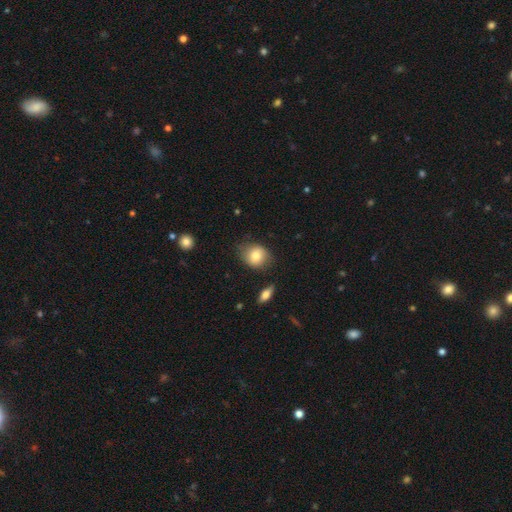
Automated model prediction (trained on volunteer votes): A smooth galaxy with no disk features (79%) that is round (61%). Merging: none (68%).